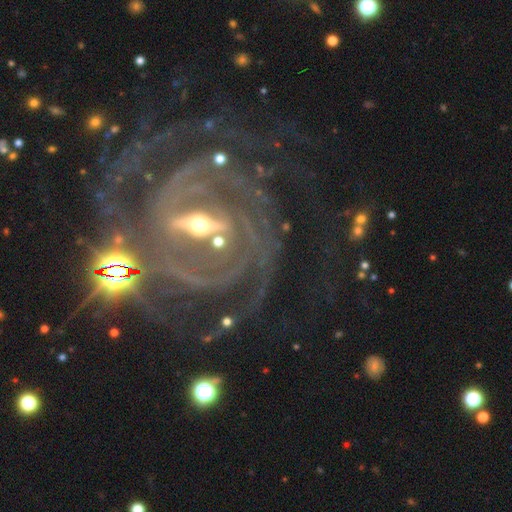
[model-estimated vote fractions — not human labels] smooth-or-featured: featured or disk: 90% | star or artifact: 6% | smooth: 4%
  disk-edge-on: no: 96% | yes: 4%
    bar: strong: 52% | weak: 35% | no: 12%
    has-spiral-arms: yes: 96% | no: 4%
      spiral-winding: tight: 67% | medium: 27% | loose: 6%
      spiral-arm-count: 2: 25% | can't tell: 23% | 3: 20% | 4: 15% | more than 4: 10% | 1: 8%
    bulge-size: small: 55% | moderate: 39% | large: 3% | none: 2% | dominant: 1%
  merging: none: 61% | minor disturbance: 16% | major disturbance: 15% | merger: 8%